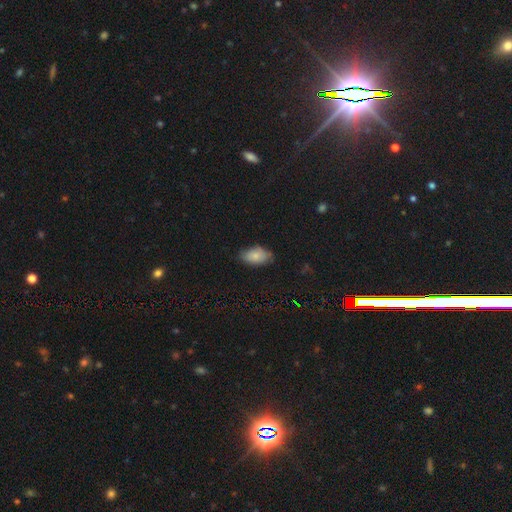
smooth 79%, featured or disk 13%, star or artifact 8%. Down the decision tree: how rounded — in between (87%); merging — none (80%).